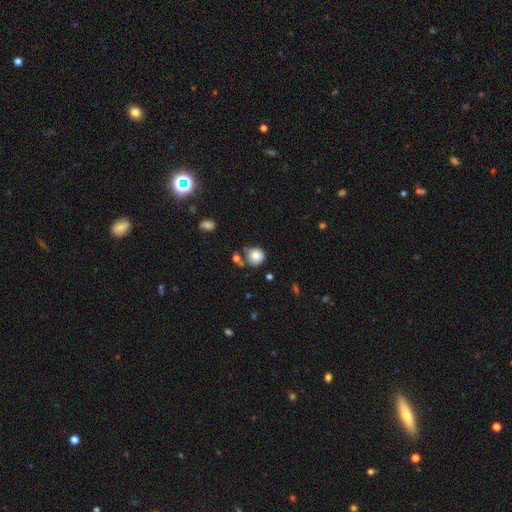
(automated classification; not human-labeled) Overall: smooth (80%). How rounded: round (91%). Merging: none (70%).